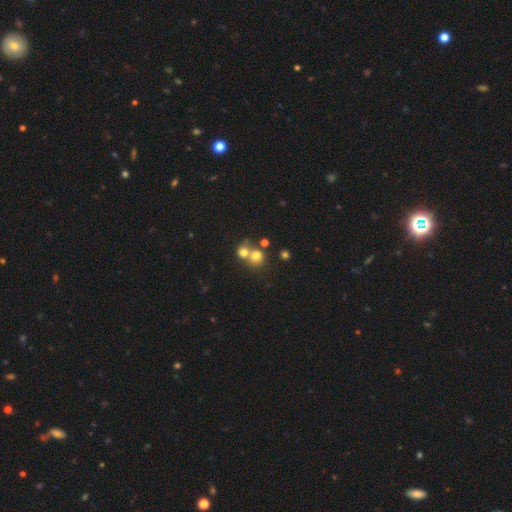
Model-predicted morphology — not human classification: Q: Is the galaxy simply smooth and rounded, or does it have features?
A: smooth — 72%.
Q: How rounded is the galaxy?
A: round — 85%.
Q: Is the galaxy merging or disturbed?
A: merger — 48%.